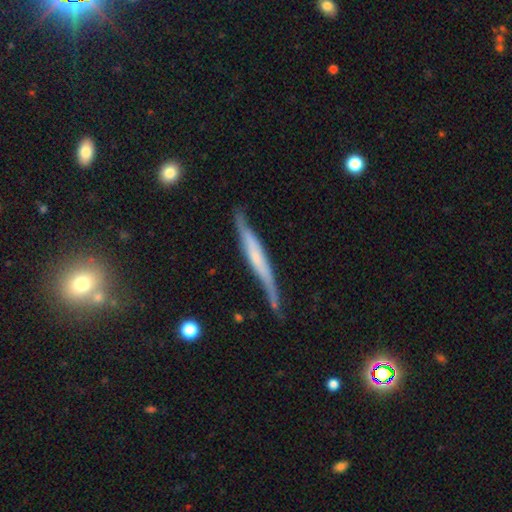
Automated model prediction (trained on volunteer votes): Smooth or featured?
  - featured or disk: 63% *
  - smooth: 32%
  - star or artifact: 6%
Edge-on disk?
  - yes: 84% *
  - no: 16%
Edge-on bulge?
  - none: 53% *
  - rounded: 28%
  - boxy: 19%
Merging?
  - none: 62% *
  - minor disturbance: 28%
  - major disturbance: 8%
  - merger: 3%